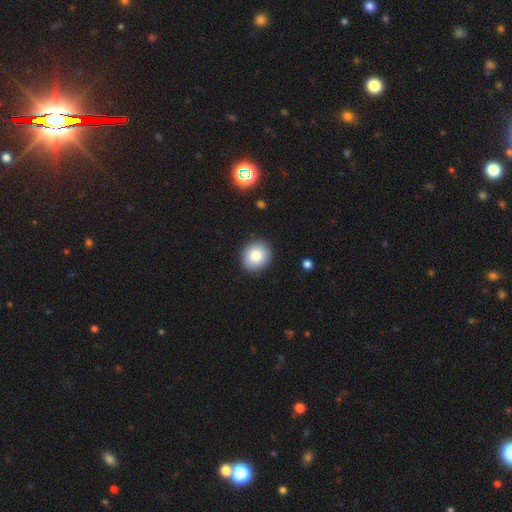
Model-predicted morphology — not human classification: The model was most divided on "how rounded": round: 80%, in between: 19%, cigar-shaped: 1%. More confident: merging — none (91%); smooth or featured — smooth (83%).